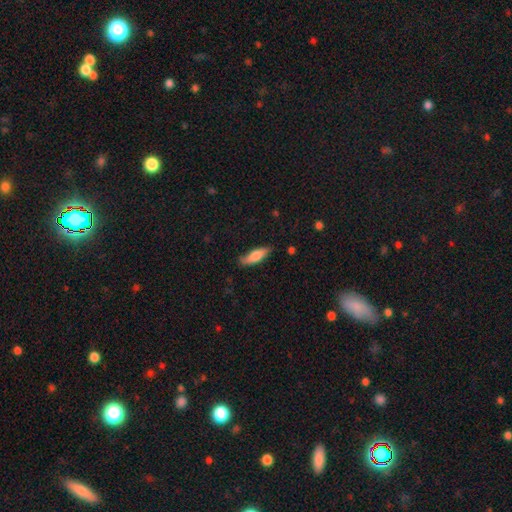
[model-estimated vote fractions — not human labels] smooth-or-featured: smooth: 75% | featured or disk: 20% | star or artifact: 6%
  how-rounded: in between: 52% | cigar-shaped: 46% | round: 2%
  merging: none: 73% | minor disturbance: 21% | major disturbance: 4% | merger: 2%